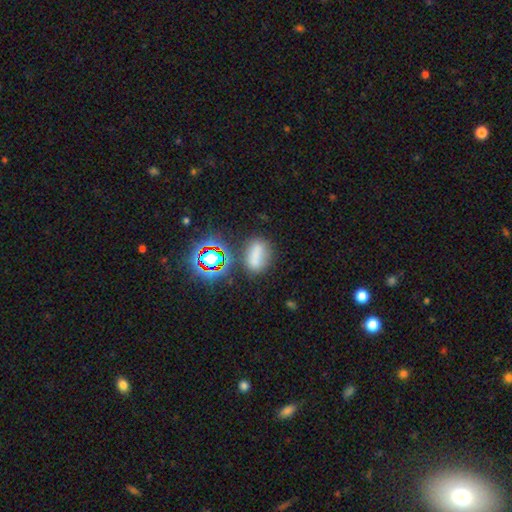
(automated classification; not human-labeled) A smooth galaxy with no disk features (65%) that is in between round and cigar-shaped (75%).

Vote fractions:
- Smooth or featured? smooth: 65% / star or artifact: 22% / featured or disk: 13%
- How rounded? in between: 75% / round: 20% / cigar-shaped: 6%
- Merging? none: 65% / minor disturbance: 17% / merger: 10% / major disturbance: 8%